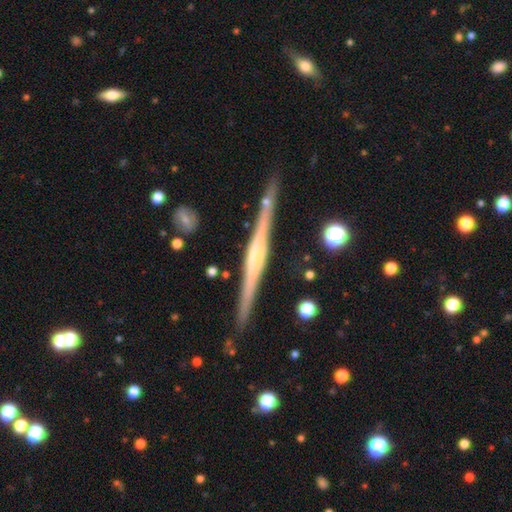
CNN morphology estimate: smooth-or-featured: featured or disk: 84% | smooth: 11% | star or artifact: 5%
  disk-edge-on: yes: 98% | no: 2%
    edge-on-bulge: rounded: 57% | boxy: 26% | none: 16%
  merging: none: 88% | minor disturbance: 8% | merger: 2% | major disturbance: 2%